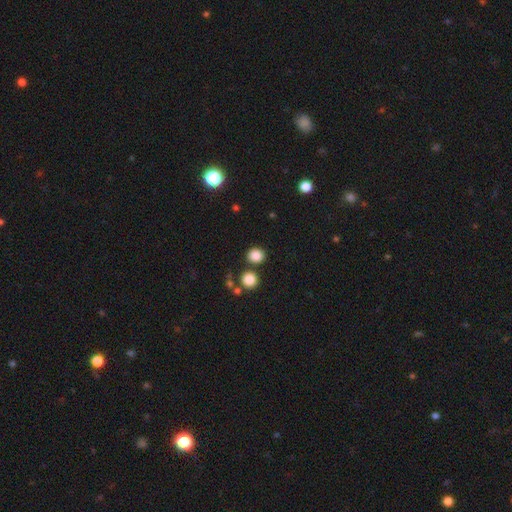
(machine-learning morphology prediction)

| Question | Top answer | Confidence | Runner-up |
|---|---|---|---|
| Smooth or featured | smooth | 85% | star or artifact (11%) |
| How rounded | round | 81% | in between (18%) |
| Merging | none | 78% | merger (10%) |